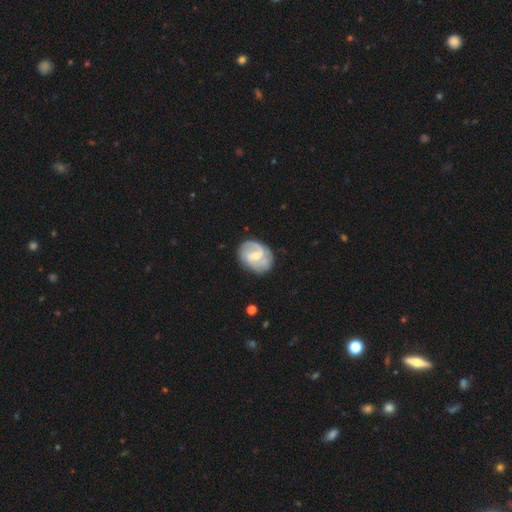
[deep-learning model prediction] A featured or disk galaxy (76%) with a weak bar (56%), 2 (64%) medium (44%) spiral arms (91%) and a small central bulge (52%). Merging: none (74%).